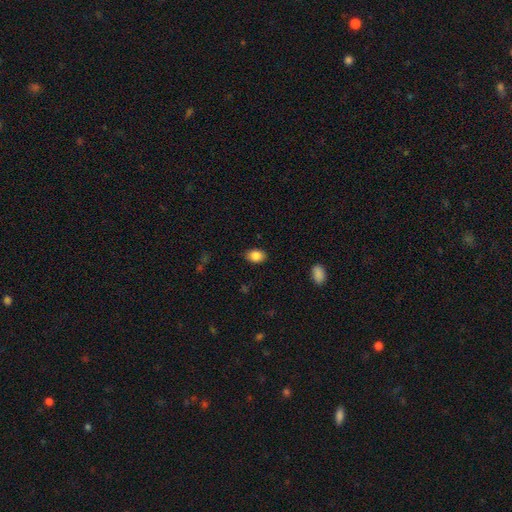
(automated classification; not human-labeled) Smooth or featured: smooth — 86% (star or artifact — 8%)
How rounded: in between — 82% (round — 17%)
Merging: none — 86% (minor disturbance — 10%)